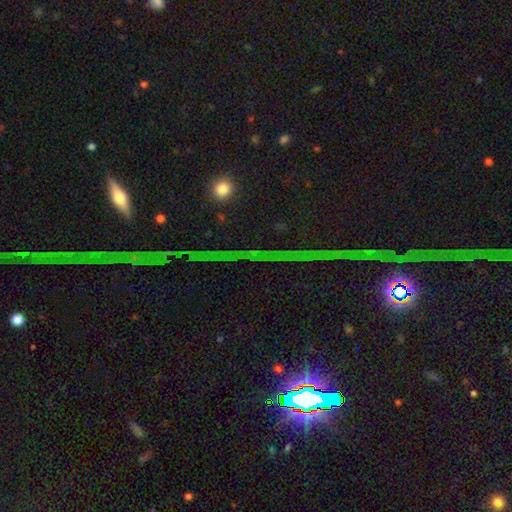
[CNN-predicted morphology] Smooth or featured?
  - star or artifact: 76% *
  - featured or disk: 14%
  - smooth: 10%